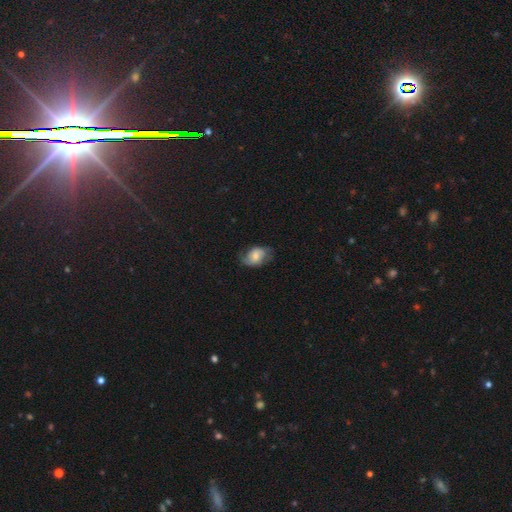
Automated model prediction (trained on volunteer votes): A smooth galaxy with no disk features (49%).

Vote fractions:
- Smooth or featured? smooth: 49% / featured or disk: 43% / star or artifact: 8%
- Merging? none: 59% / minor disturbance: 28% / major disturbance: 12% / merger: 1%